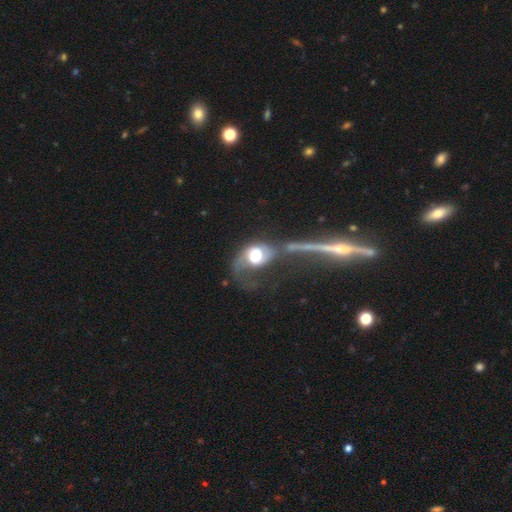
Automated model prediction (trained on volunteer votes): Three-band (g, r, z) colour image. It shows a featured or disk galaxy (59%) with no bar (68%), spiral arms (75%) and a large central bulge (47%). Merging: major disturbance (39%).